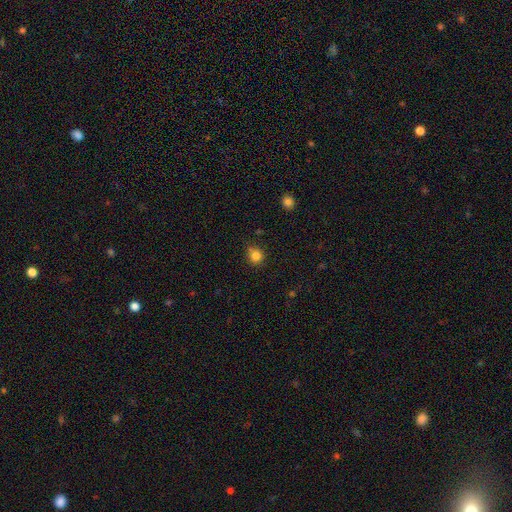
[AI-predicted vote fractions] smooth-or-featured: smooth: 82% | star or artifact: 13% | featured or disk: 5%
  how-rounded: round: 86% | in between: 13% | cigar-shaped: 1%
  merging: none: 68% | minor disturbance: 21% | merger: 6% | major disturbance: 5%